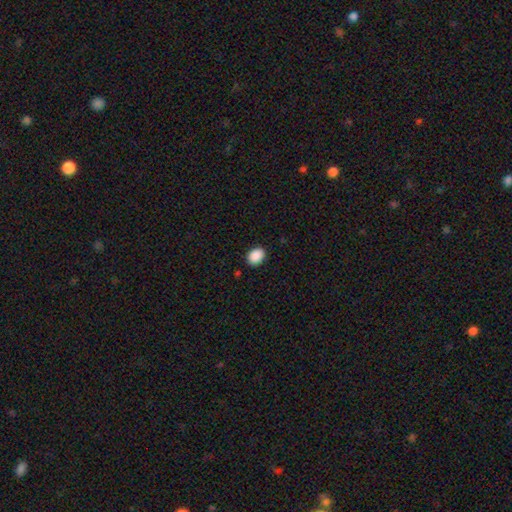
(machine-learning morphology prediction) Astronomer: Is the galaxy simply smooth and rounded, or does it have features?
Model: smooth — 90%.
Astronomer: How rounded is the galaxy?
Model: in between — 71%.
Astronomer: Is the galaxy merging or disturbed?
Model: none — 89%.